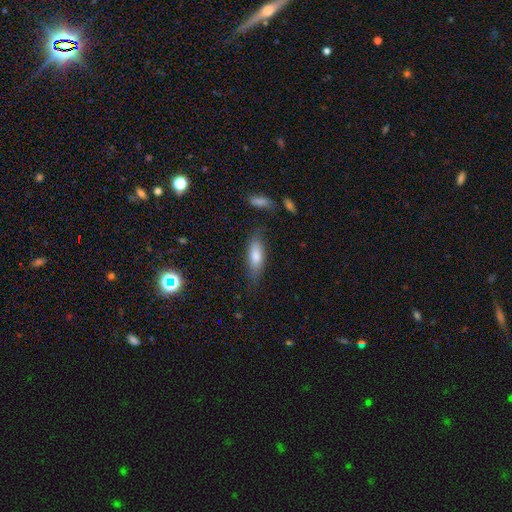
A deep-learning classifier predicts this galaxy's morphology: A smooth galaxy with no disk features (76%) that is in between round and cigar-shaped (64%).

Vote fractions:
- Smooth or featured? smooth: 76% / featured or disk: 18% / star or artifact: 7%
- How rounded? in between: 64% / cigar-shaped: 34% / round: 2%
- Merging? none: 71% / minor disturbance: 20% / major disturbance: 5% / merger: 4%